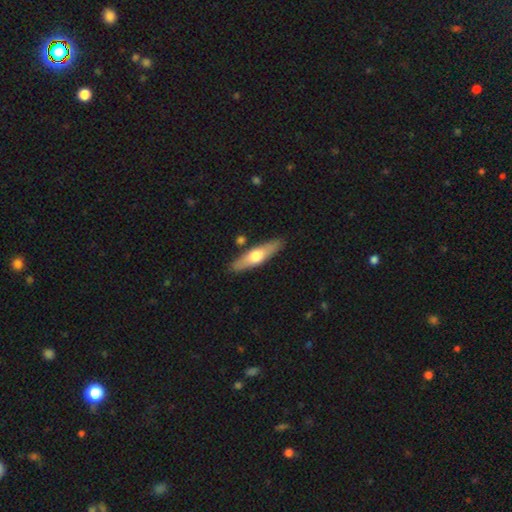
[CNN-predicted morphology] A smooth galaxy with no disk features (50%).

Vote fractions:
- Smooth or featured? smooth: 50% / featured or disk: 45% / star or artifact: 5%
- Merging? none: 86% / minor disturbance: 9% / merger: 3% / major disturbance: 2%